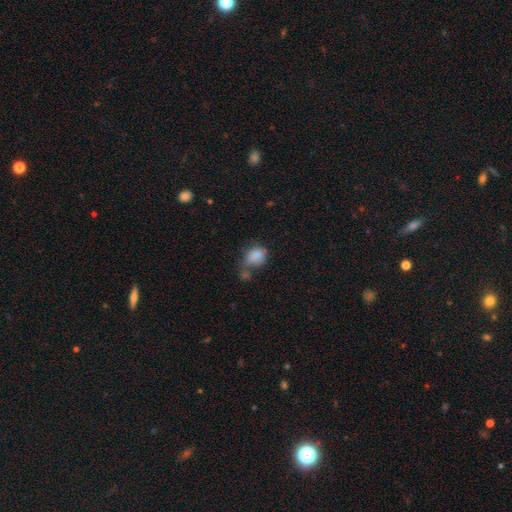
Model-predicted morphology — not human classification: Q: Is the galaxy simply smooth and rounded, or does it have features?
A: smooth — 80%.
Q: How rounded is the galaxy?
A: in between — 63%.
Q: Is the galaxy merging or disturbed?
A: none — 33%.